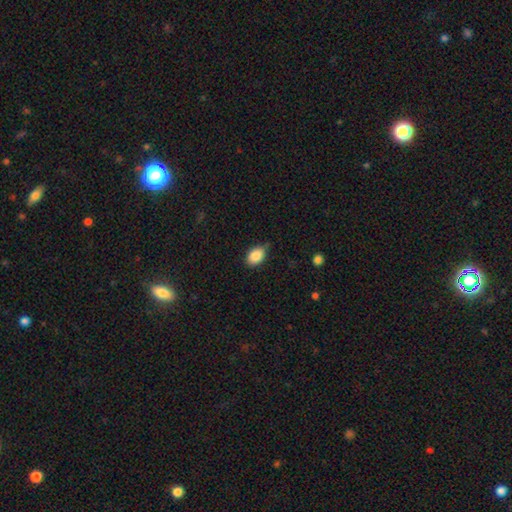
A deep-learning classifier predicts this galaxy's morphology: Smooth or featured?
  - smooth: 87% *
  - star or artifact: 8%
  - featured or disk: 5%
How rounded?
  - in between: 84% *
  - round: 15%
  - cigar-shaped: 1%
Merging?
  - none: 71% *
  - minor disturbance: 24%
  - major disturbance: 4%
  - merger: 2%